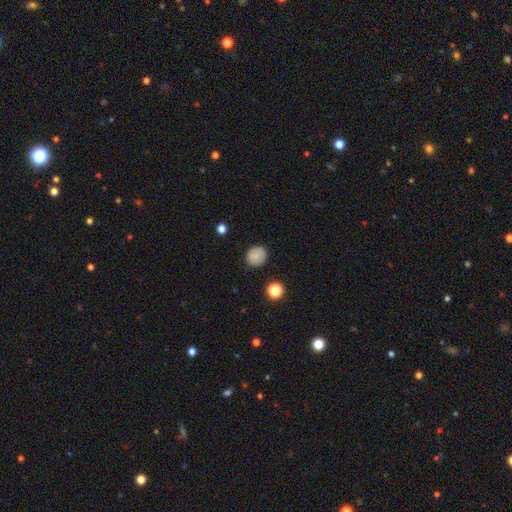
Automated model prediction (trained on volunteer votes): smooth-or-featured: smooth: 84% | star or artifact: 10% | featured or disk: 6%
  how-rounded: round: 84% | in between: 15% | cigar-shaped: 1%
  merging: none: 87% | minor disturbance: 10% | major disturbance: 2% | merger: 1%